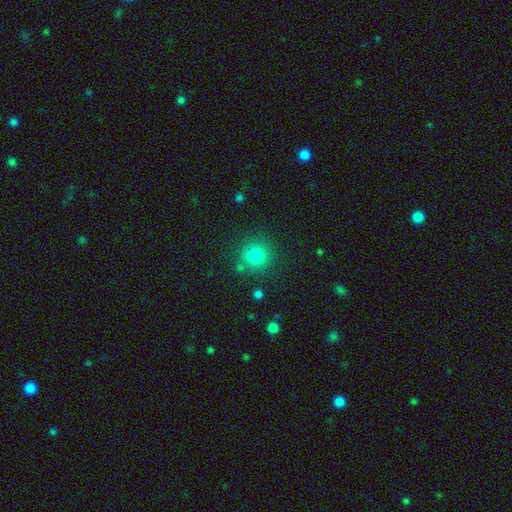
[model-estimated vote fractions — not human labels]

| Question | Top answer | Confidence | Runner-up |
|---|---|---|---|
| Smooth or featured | smooth | 80% | star or artifact (14%) |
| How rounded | round | 92% | in between (7%) |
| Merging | none | 80% | minor disturbance (10%) |